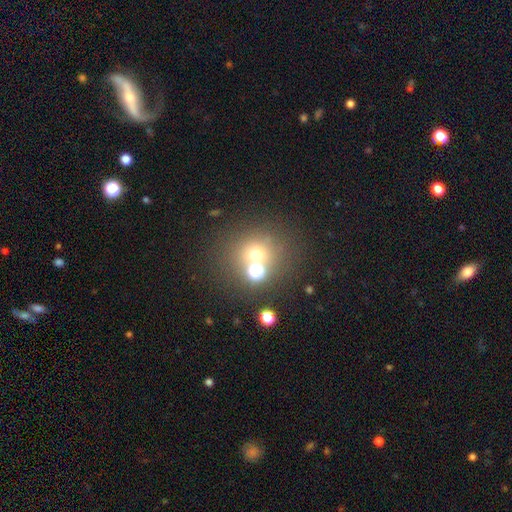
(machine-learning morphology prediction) smooth 62%, star or artifact 27%, featured or disk 12%. Down the decision tree: how rounded — round (86%); merging — none (64%).